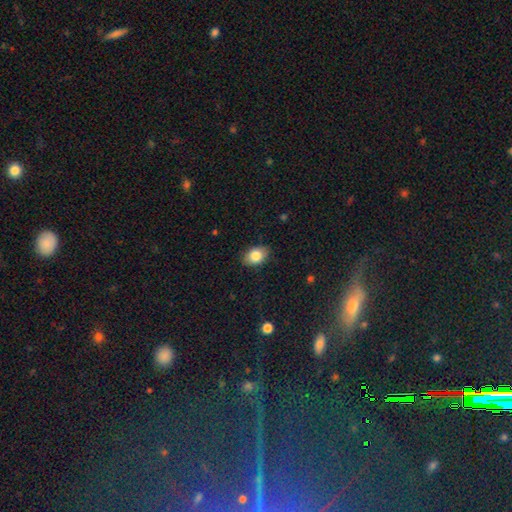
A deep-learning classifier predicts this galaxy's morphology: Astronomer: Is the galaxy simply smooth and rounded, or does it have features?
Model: smooth — 84%.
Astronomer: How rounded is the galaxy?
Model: in between — 81%.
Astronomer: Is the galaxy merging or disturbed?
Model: none — 85%.